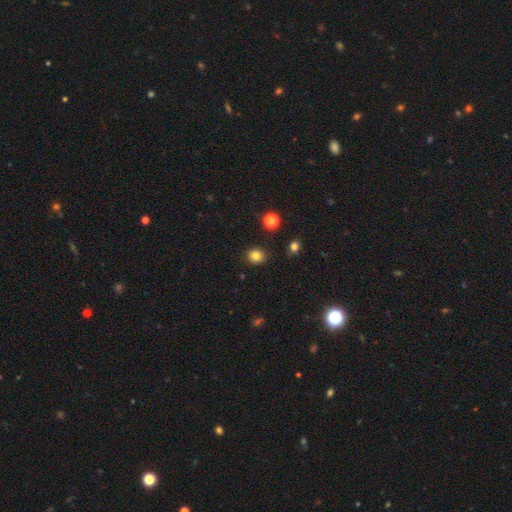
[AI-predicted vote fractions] Smooth or featured: smooth — 82% (star or artifact — 13%)
How rounded: round — 80% (in between — 19%)
Merging: none — 89% (minor disturbance — 8%)